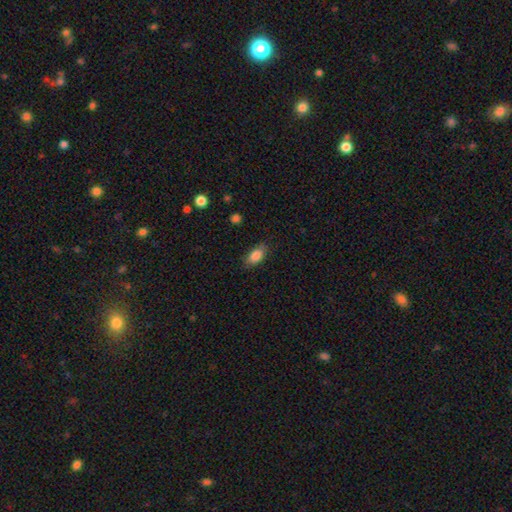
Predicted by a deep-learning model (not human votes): smooth-or-featured: smooth: 85% | star or artifact: 8% | featured or disk: 8%
  how-rounded: in between: 89% | round: 6% | cigar-shaped: 6%
  merging: none: 81% | minor disturbance: 14% | major disturbance: 3% | merger: 1%